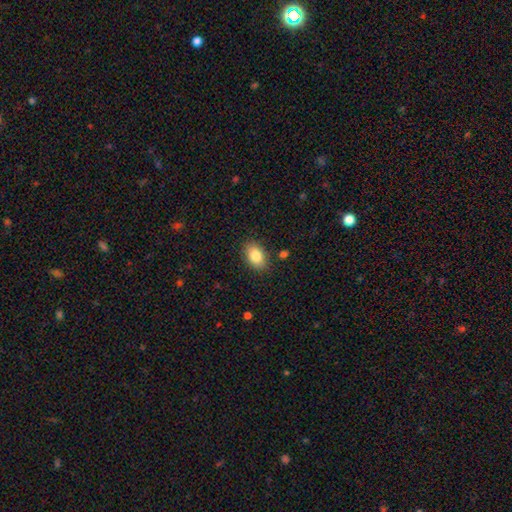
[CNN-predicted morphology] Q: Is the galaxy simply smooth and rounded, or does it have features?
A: smooth — 85%.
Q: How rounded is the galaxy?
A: in between — 88%.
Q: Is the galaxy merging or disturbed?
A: none — 85%.